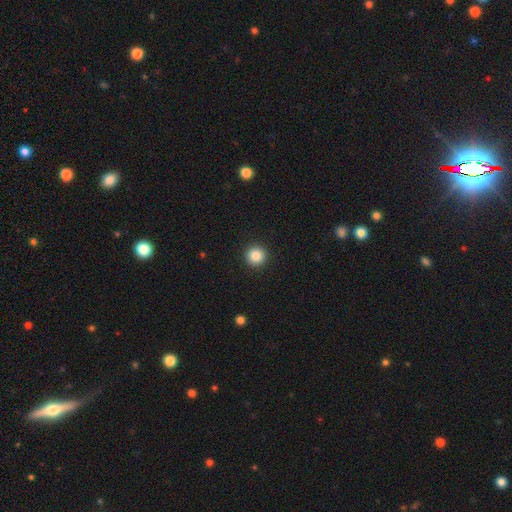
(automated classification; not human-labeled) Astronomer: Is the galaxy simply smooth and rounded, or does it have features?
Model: smooth — 85%.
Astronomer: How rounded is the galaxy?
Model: round — 96%.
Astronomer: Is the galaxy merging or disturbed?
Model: none — 93%.